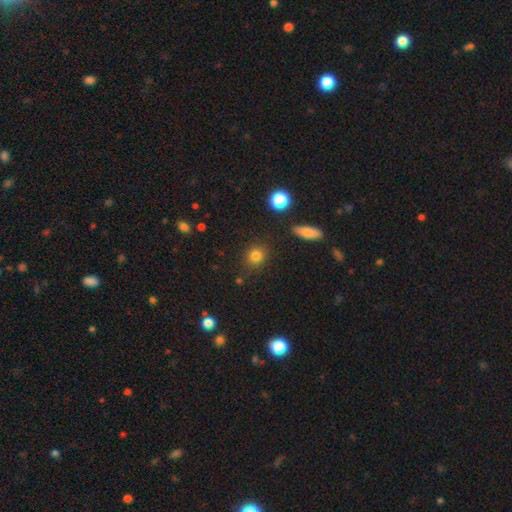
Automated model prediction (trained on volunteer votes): This appears to be a smooth galaxy with no disk features (82%) that is round (82%). Merging: none (84%).